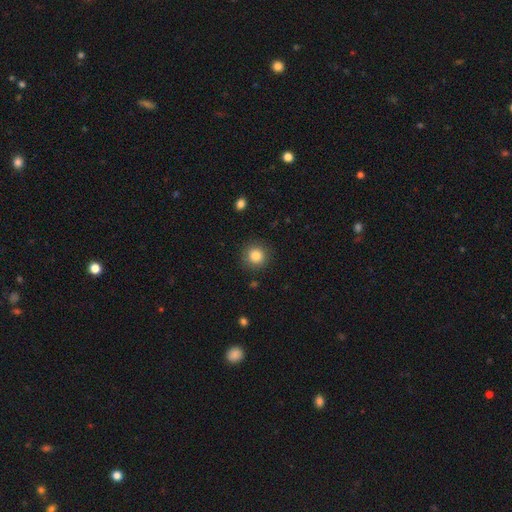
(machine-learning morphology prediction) type=smooth (84%); roundness=round (93%); merging=none (88%).